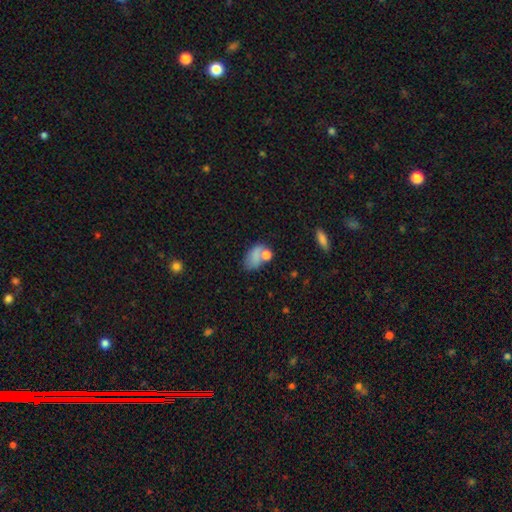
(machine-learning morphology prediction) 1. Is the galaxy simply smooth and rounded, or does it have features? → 74% smooth, 15% featured or disk, 11% star or artifact.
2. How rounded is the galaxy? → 83% in between, 15% round, 2% cigar-shaped.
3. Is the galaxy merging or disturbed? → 39% none, 25% merger, 21% minor disturbance, 15% major disturbance.